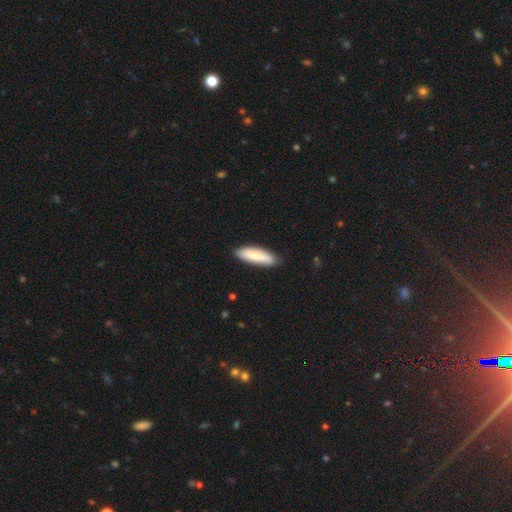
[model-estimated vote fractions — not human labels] Smooth or featured? Predicted: smooth (p=0.78). How rounded? Predicted: cigar-shaped (p=0.53). Merging? Predicted: none (p=0.85).